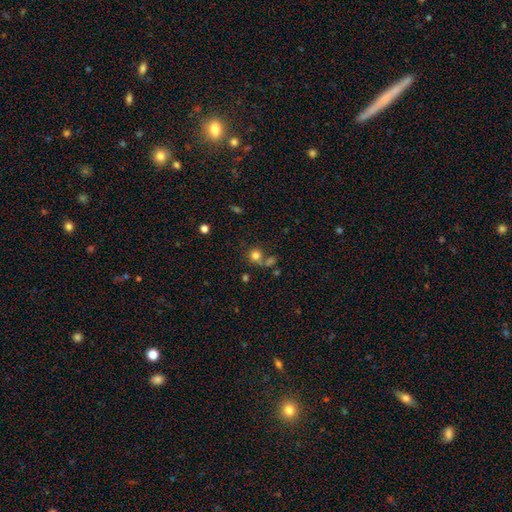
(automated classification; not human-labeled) Morphology: type=smooth (78%); roundness=round (87%); merging=none (54%).